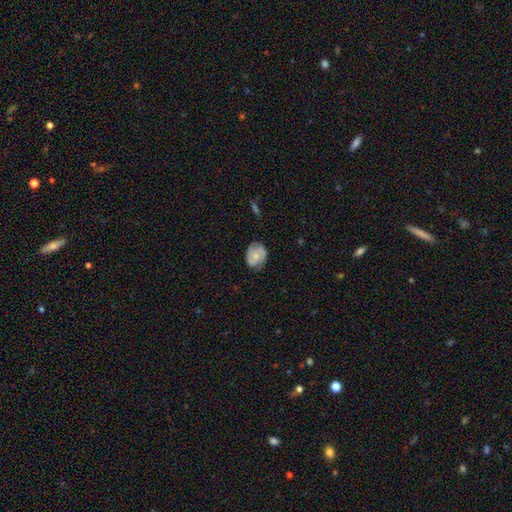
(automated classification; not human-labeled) The model was most divided on "bulge size": small: 51%, moderate: 43%, none: 4%, large: 2%, dominant: 1%. More confident: edge-on disk — no (97%); spiral arms — yes (85%); merging — none (69%); bar — no (69%); smooth or featured — featured or disk (57%).